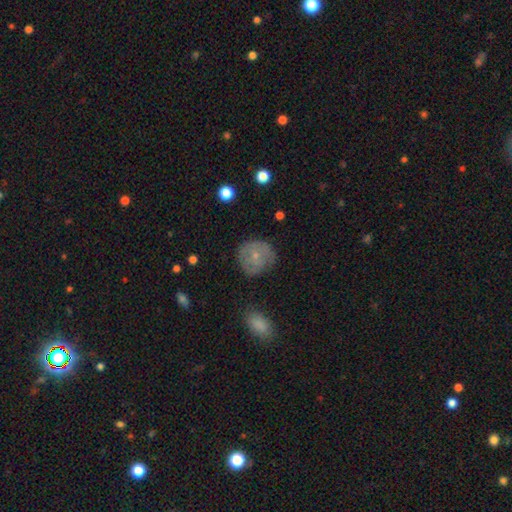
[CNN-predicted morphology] smooth-or-featured: smooth: 55% | featured or disk: 36% | star or artifact: 8%
  how-rounded: round: 86% | in between: 13% | cigar-shaped: 1%
  merging: none: 71% | minor disturbance: 20% | major disturbance: 7% | merger: 2%